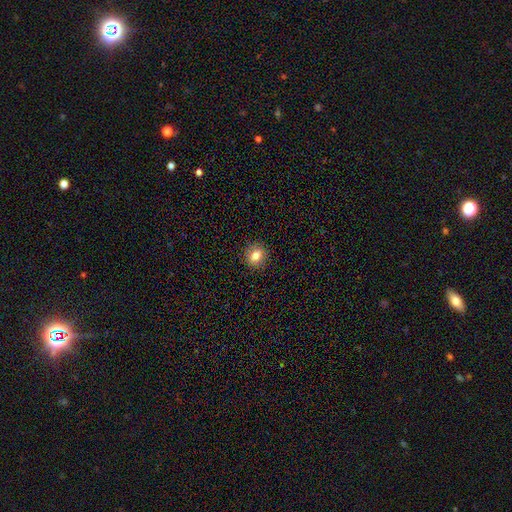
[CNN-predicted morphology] Smooth or featured?
  - smooth: 80% *
  - star or artifact: 11%
  - featured or disk: 9%
How rounded?
  - round: 73% *
  - in between: 26%
  - cigar-shaped: 1%
Merging?
  - none: 90% *
  - minor disturbance: 7%
  - major disturbance: 2%
  - merger: 1%